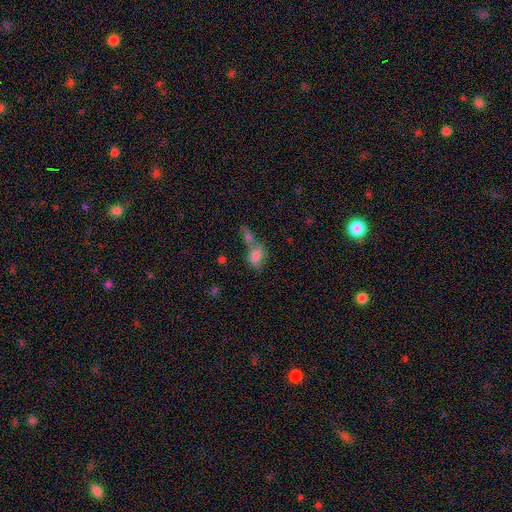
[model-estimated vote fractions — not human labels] This appears to be a smooth galaxy with no disk features (77%) that is in between round and cigar-shaped (73%). Merging: merger (50%).